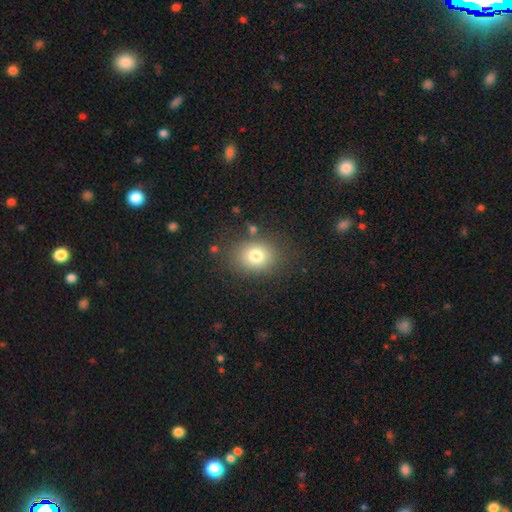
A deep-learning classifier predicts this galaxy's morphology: Q: Smooth or featured?
A: smooth (78%); runner-up: star or artifact (12%)
Q: How rounded?
A: round (56%); runner-up: in between (44%)
Q: Merging?
A: none (80%); runner-up: minor disturbance (12%)